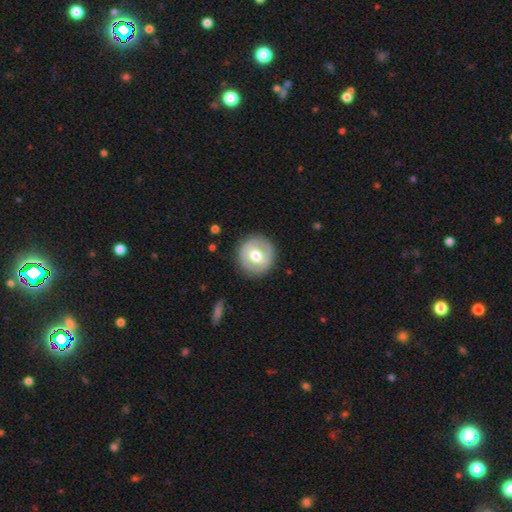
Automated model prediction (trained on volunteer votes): smooth-or-featured: smooth: 56% | featured or disk: 38% | star or artifact: 6%
  how-rounded: round: 93% | in between: 6% | cigar-shaped: 1%
  merging: none: 88% | minor disturbance: 8% | major disturbance: 3% | merger: 1%